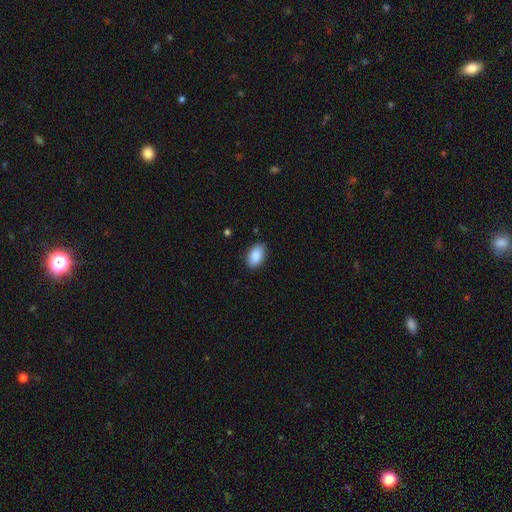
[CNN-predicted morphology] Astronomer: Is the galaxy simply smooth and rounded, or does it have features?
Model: smooth — 88%.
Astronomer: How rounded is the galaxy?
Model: in between — 93%.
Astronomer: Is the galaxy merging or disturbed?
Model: none — 87%.